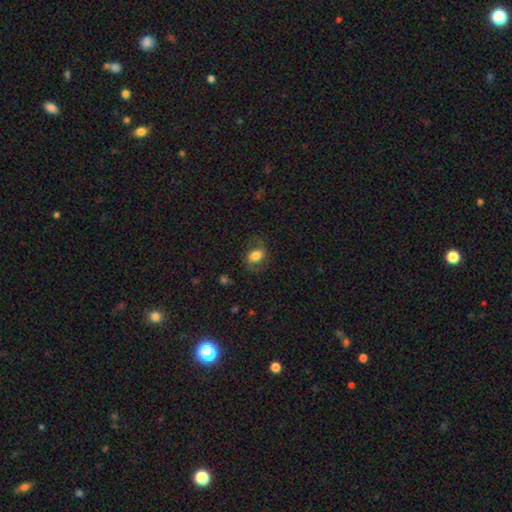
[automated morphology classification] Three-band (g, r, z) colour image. It shows a smooth galaxy with no disk features (66%) that is in between round and cigar-shaped (75%). Merging: none (67%).